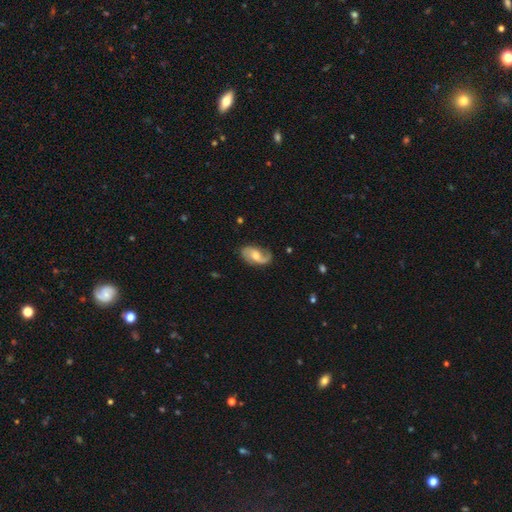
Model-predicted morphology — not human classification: Overall: featured or disk (77%). Edge-on disk: no (96%). Bar: no (51%; weak 40%). Spiral arms: yes (94%). Spiral arm count: 2 (73%). Spiral winding: loose (49%; medium 37%). Bulge size: moderate (65%). Merging: none (68%).